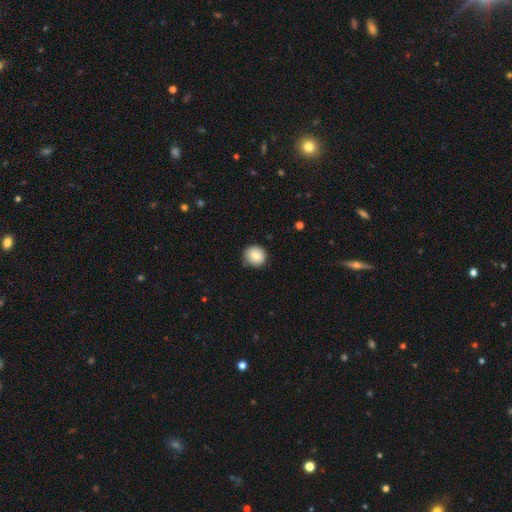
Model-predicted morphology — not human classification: smooth-or-featured: smooth: 83% | featured or disk: 9% | star or artifact: 8%
  how-rounded: round: 90% | in between: 9% | cigar-shaped: 1%
  merging: none: 83% | minor disturbance: 13% | major disturbance: 2% | merger: 1%